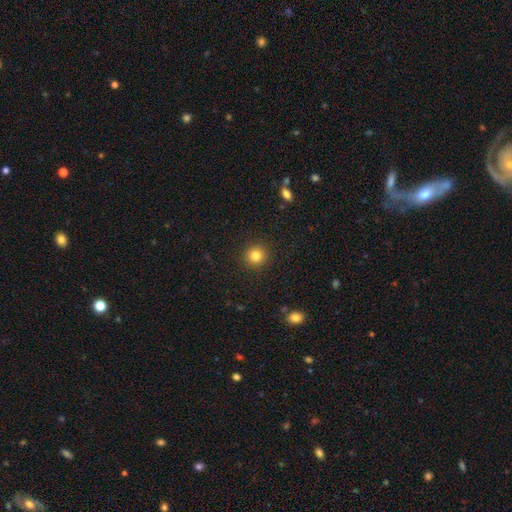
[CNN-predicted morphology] This appears to be a smooth galaxy with no disk features (83%) that is round (93%). Merging: none (92%).